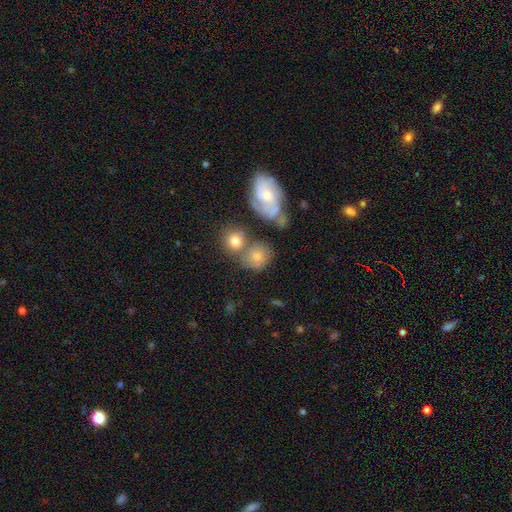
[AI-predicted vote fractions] Q: Smooth or featured?
A: smooth (60%); runner-up: featured or disk (28%)
Q: How rounded?
A: round (71%); runner-up: in between (28%)
Q: Merging?
A: none (48%); runner-up: merger (29%)